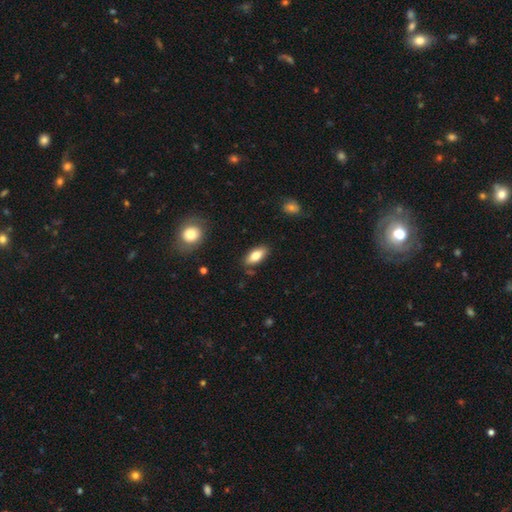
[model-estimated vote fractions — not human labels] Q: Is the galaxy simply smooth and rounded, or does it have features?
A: smooth — 79%.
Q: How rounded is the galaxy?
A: in between — 83%.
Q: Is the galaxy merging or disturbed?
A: none — 85%.